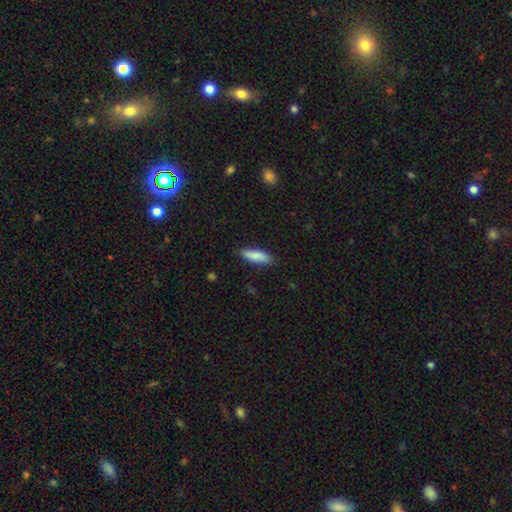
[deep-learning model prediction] smooth_or_featured: smooth (p=0.86) [alt: featured or disk p=0.08]
how_rounded: cigar-shaped (p=0.52) [alt: in between p=0.46]
merging: none (p=0.85) [alt: minor disturbance p=0.12]